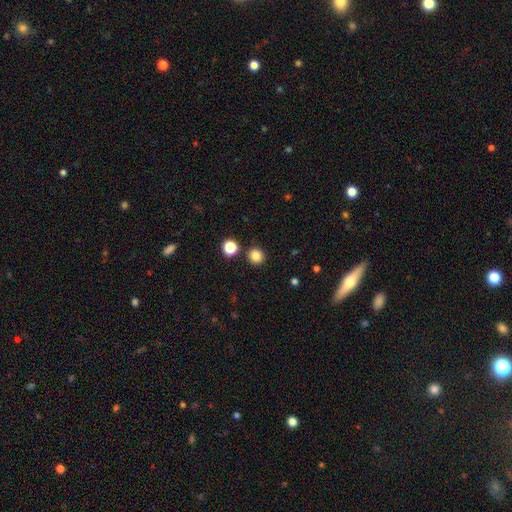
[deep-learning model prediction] Overall: smooth (84%). How rounded: round (91%). Merging: none (88%).